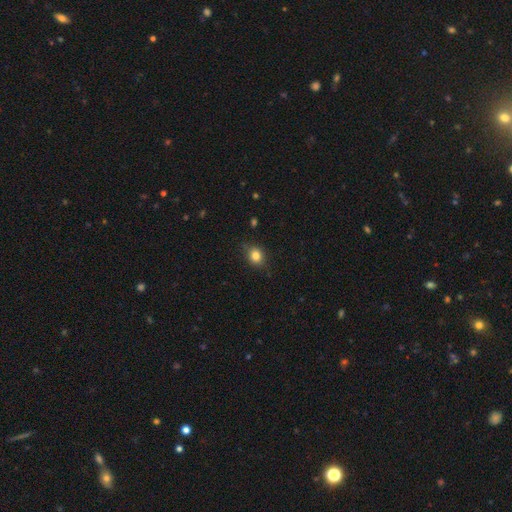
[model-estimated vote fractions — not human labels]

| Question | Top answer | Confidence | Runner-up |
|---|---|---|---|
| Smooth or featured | smooth | 83% | star or artifact (11%) |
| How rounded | round | 59% | in between (40%) |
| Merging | none | 83% | minor disturbance (13%) |